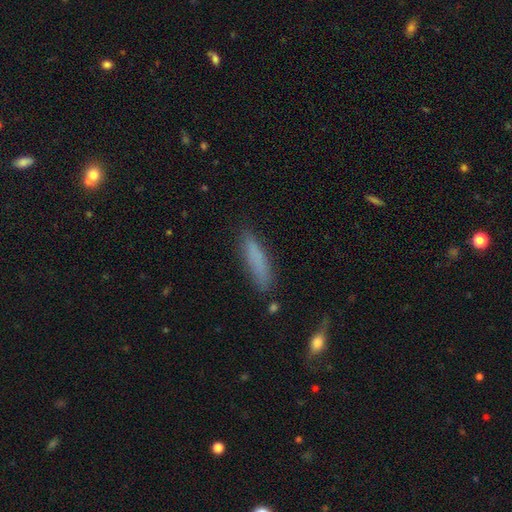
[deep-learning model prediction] smooth-or-featured: smooth: 79% | featured or disk: 13% | star or artifact: 8%
  how-rounded: cigar-shaped: 82% | in between: 17% | round: 2%
  merging: none: 81% | minor disturbance: 14% | major disturbance: 3% | merger: 2%